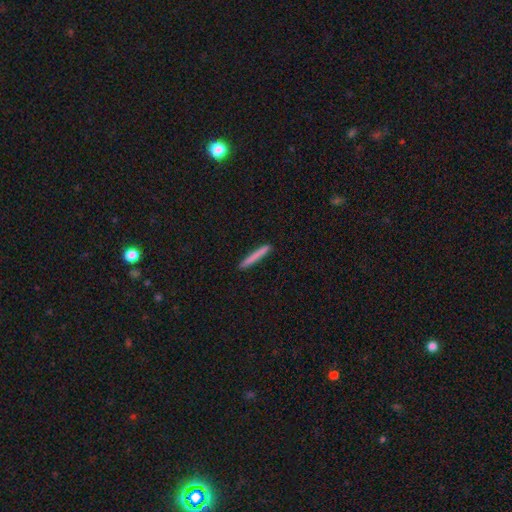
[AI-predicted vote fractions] A smooth galaxy with no disk features (77%) that is cigar-shaped (96%). Merging: none (91%).